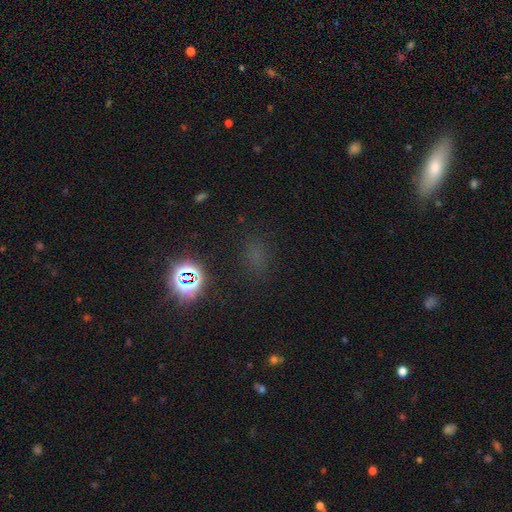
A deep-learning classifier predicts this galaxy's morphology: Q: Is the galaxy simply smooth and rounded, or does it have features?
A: smooth — 48%.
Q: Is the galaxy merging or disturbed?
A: none — 80%.